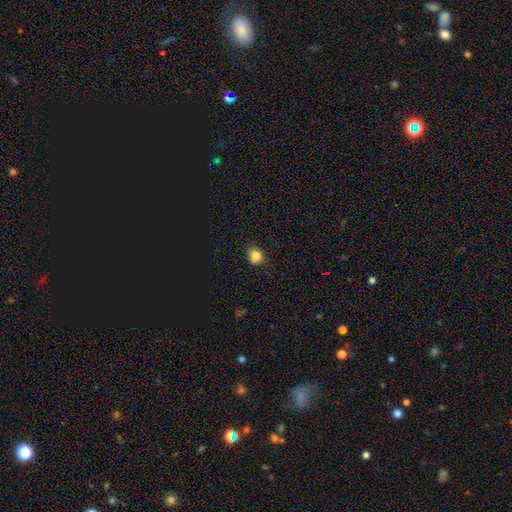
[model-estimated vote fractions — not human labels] smooth_or_featured: smooth (p=0.79) [alt: star or artifact p=0.15]
how_rounded: round (p=0.69) [alt: in between p=0.30]
merging: none (p=0.75) [alt: minor disturbance p=0.19]